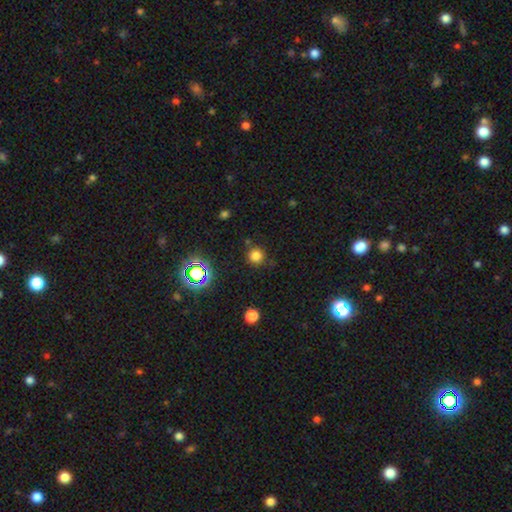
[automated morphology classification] type=smooth (76%); roundness=round (94%); merging=none (83%).